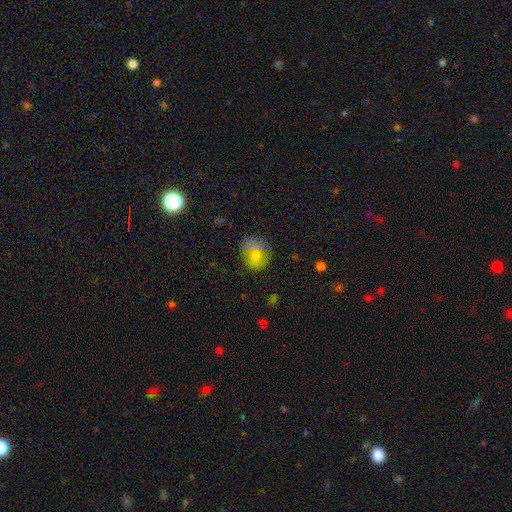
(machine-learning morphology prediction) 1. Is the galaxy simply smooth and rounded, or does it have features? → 71% smooth, 15% star or artifact, 14% featured or disk.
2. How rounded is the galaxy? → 82% round, 17% in between, 1% cigar-shaped.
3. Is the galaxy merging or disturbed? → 68% none, 16% minor disturbance, 10% merger, 6% major disturbance.